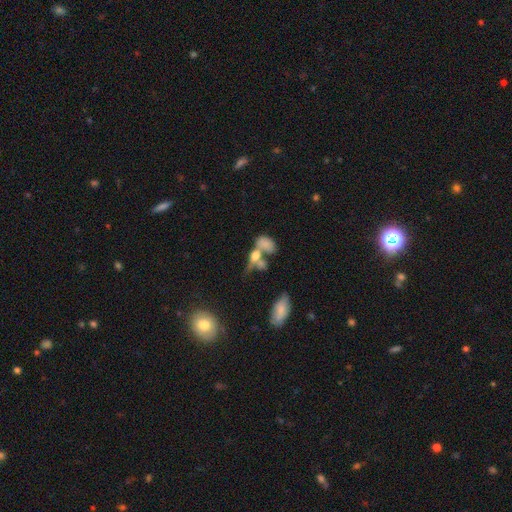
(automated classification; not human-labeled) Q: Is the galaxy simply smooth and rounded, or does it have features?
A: smooth — 58%.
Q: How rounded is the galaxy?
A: in between — 74%.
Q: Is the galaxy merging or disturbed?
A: merger — 52%.